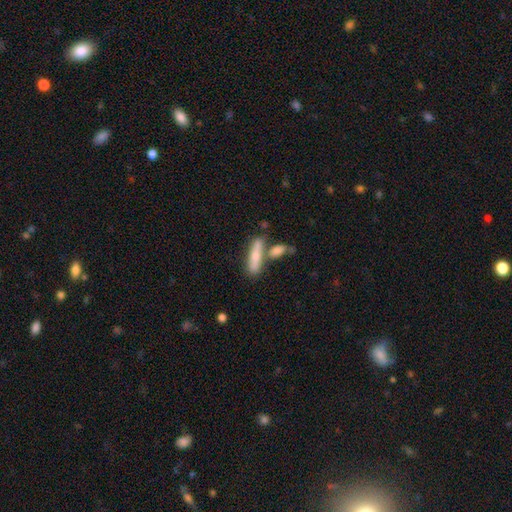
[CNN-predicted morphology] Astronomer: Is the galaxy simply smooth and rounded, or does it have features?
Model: smooth — 71%.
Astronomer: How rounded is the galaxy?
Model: cigar-shaped — 73%.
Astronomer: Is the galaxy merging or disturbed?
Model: none — 56%.